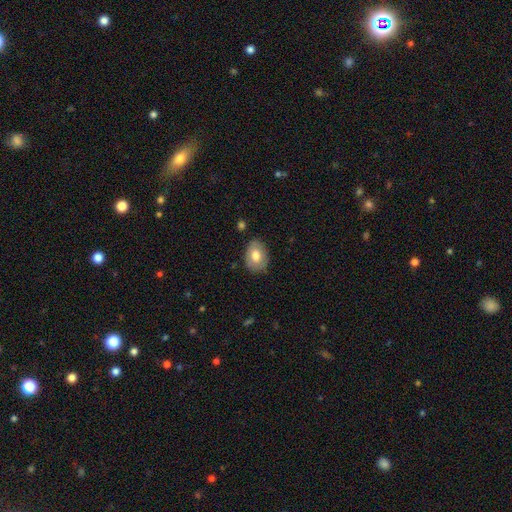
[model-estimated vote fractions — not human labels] Smooth or featured?
  - smooth: 71% *
  - featured or disk: 22%
  - star or artifact: 7%
How rounded?
  - in between: 73% *
  - round: 26%
  - cigar-shaped: 1%
Merging?
  - none: 81% *
  - minor disturbance: 14%
  - major disturbance: 3%
  - merger: 2%